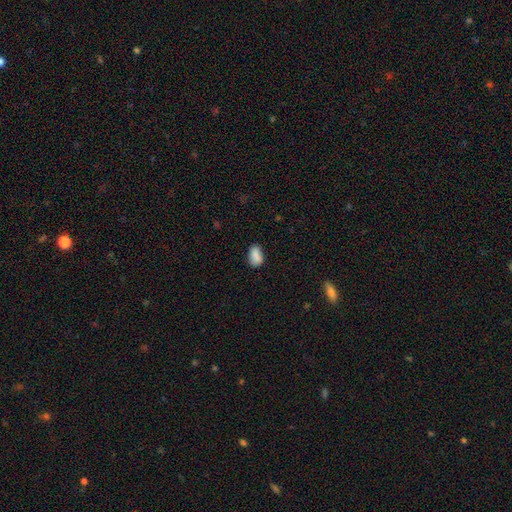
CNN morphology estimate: This is clearly a smooth galaxy (87%). How rounded: clearly in between (89%). Merging: likely none (76%).